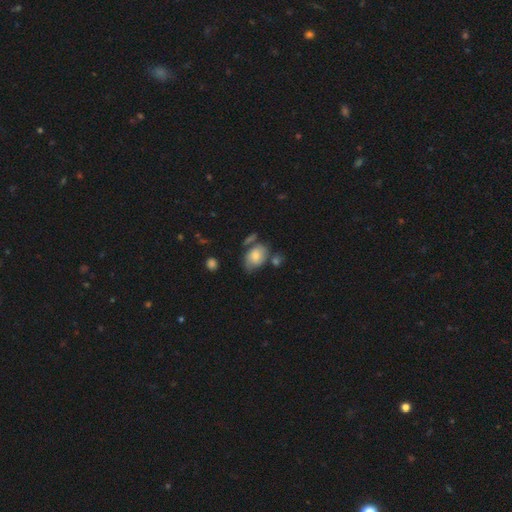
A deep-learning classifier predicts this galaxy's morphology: Smooth or featured? smooth (72%)
How rounded? in between (80%)
Merging? none (47%)